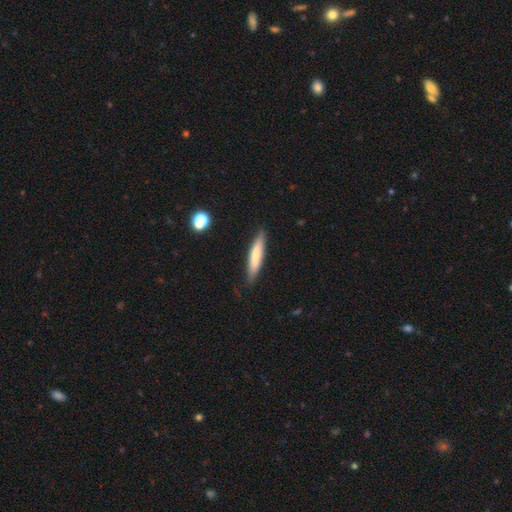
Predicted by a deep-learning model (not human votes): Smooth or featured? smooth (72%)
How rounded? cigar-shaped (85%)
Merging? none (84%)